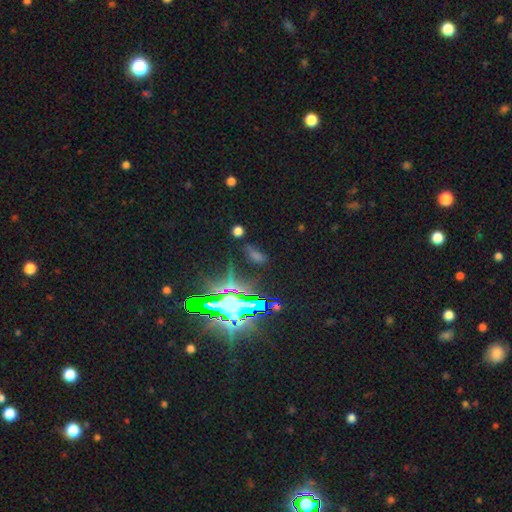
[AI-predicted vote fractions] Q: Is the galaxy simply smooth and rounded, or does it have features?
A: star or artifact — 55%.